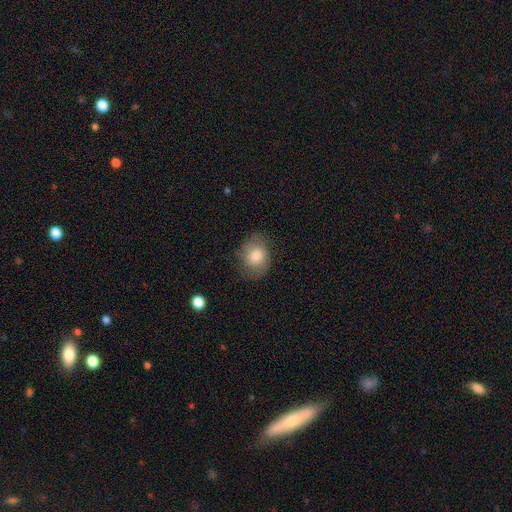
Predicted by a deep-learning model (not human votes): Overall: smooth (76%). How rounded: in between (54%; round 45%). Merging: none (71%).